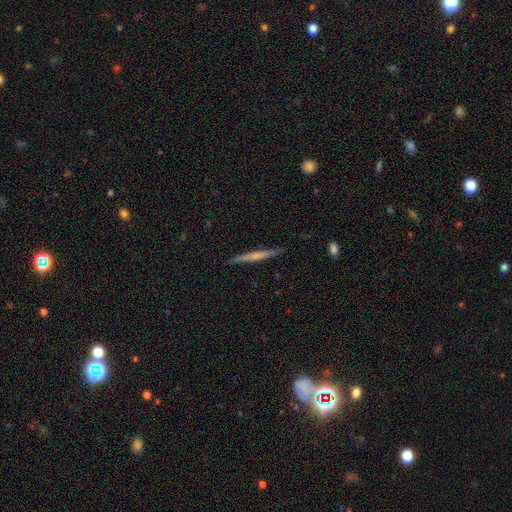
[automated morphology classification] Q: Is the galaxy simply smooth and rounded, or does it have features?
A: featured or disk — 48%.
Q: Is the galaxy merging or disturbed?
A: none — 90%.